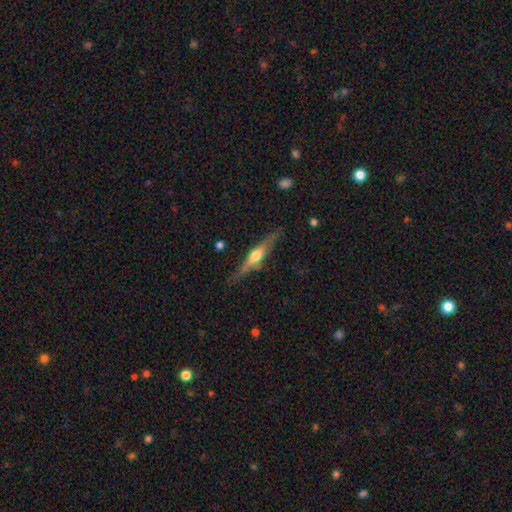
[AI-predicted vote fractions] Q: Smooth or featured?
A: featured or disk (66%); runner-up: smooth (28%)
Q: Edge-on disk?
A: yes (95%); runner-up: no (5%)
Q: Edge-on bulge?
A: rounded (88%); runner-up: boxy (7%)
Q: Merging?
A: none (81%); runner-up: minor disturbance (14%)